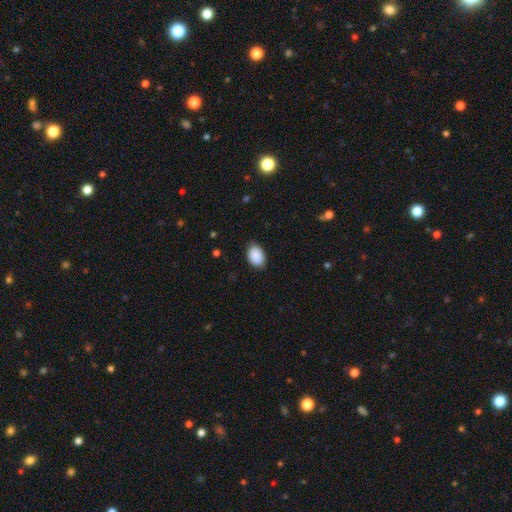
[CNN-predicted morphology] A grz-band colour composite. It shows a smooth galaxy with no disk features (90%) that is in between round and cigar-shaped (84%). Merging: none (83%).